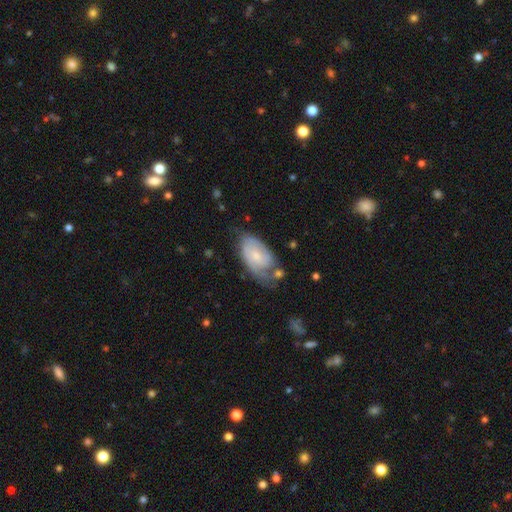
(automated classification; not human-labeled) A featured or disk galaxy (57%) with no bar (64%), spiral arms (82%) and a small central bulge (58%).

Vote fractions:
- Smooth or featured? featured or disk: 57% / smooth: 37% / star or artifact: 6%
- Edge-on disk? no: 95% / yes: 5%
- Bar? no: 64% / weak: 31% / strong: 5%
- Spiral arms? yes: 82% / no: 18%
- Bulge size? small: 58% / moderate: 33% / none: 5% / large: 2% / dominant: 1%
- Merging? none: 44% / minor disturbance: 32% / major disturbance: 17% / merger: 7%